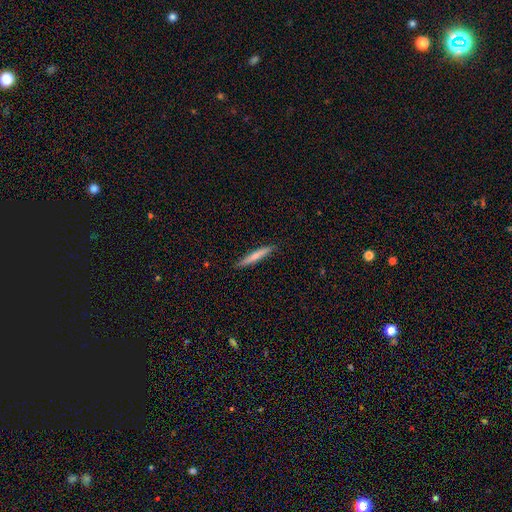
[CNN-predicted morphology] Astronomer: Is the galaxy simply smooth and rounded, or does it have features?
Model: smooth — 64%.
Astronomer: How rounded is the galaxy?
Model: cigar-shaped — 94%.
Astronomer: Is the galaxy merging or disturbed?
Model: none — 87%.